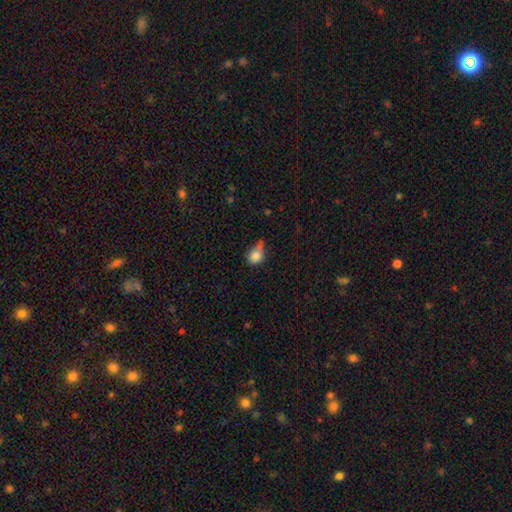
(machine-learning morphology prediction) A smooth galaxy with no disk features (82%) that is round (73%).

Vote fractions:
- Smooth or featured? smooth: 82% / star or artifact: 10% / featured or disk: 8%
- How rounded? round: 73% / in between: 25% / cigar-shaped: 1%
- Merging? none: 37% / minor disturbance: 32% / merger: 18% / major disturbance: 13%